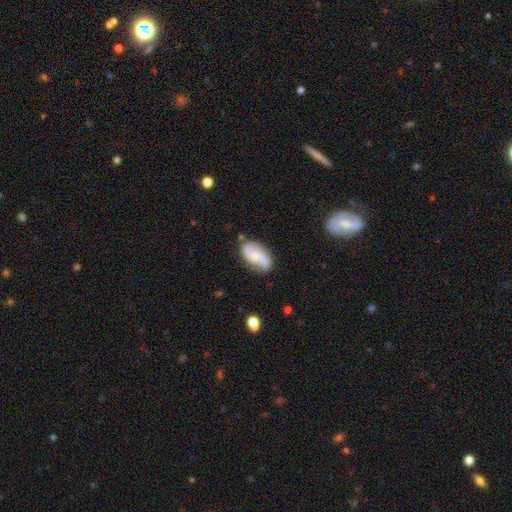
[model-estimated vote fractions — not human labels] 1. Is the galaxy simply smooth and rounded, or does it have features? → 75% featured or disk, 19% smooth, 6% star or artifact.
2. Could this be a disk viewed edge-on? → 97% no, 3% yes.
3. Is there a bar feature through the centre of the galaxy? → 53% no, 37% weak, 10% strong.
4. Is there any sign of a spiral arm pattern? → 95% yes, 5% no.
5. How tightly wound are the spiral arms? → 58% loose, 31% medium, 10% tight.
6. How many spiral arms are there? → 92% 2, 3% can't tell, 2% 1, 1% 3, 1% 4, 1% more than 4.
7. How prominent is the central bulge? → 50% small, 32% moderate, 14% none, 3% large, 1% dominant.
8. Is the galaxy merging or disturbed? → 78% none, 15% minor disturbance, 4% major disturbance, 3% merger.